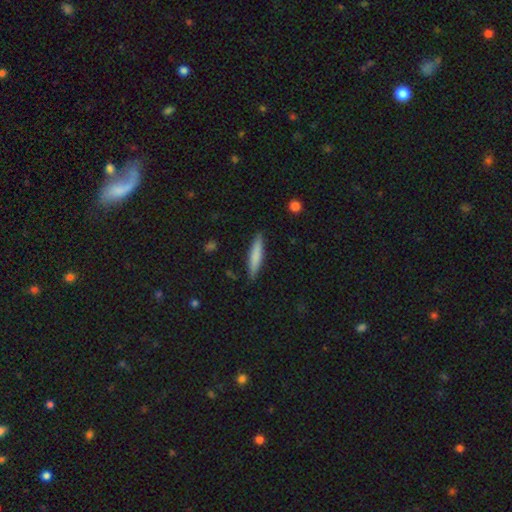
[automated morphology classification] smooth-or-featured: smooth: 77% | featured or disk: 18% | star or artifact: 6%
  how-rounded: cigar-shaped: 88% | in between: 11% | round: 1%
  merging: none: 88% | minor disturbance: 9% | major disturbance: 2% | merger: 1%